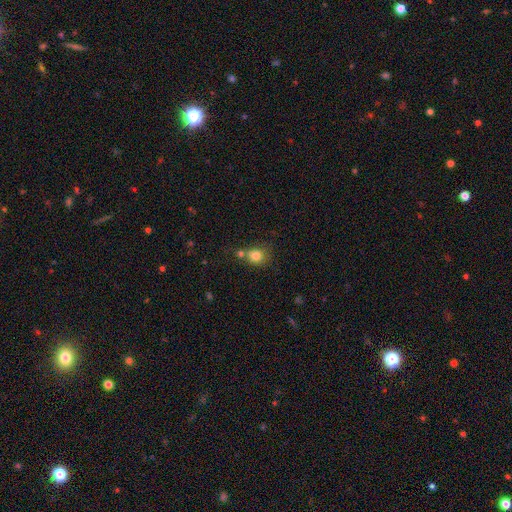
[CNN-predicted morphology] Smooth or featured: smooth — 81% (star or artifact — 11%)
How rounded: round — 78% (in between — 21%)
Merging: none — 53% (merger — 27%)